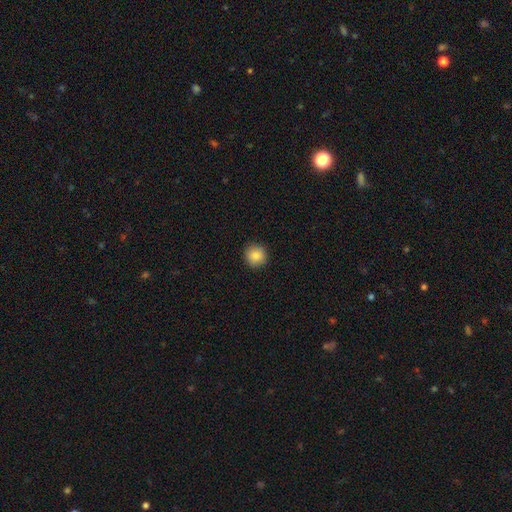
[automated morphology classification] smooth 84%, star or artifact 10%, featured or disk 6%. Down the decision tree: how rounded — round (94%); merging — none (92%).